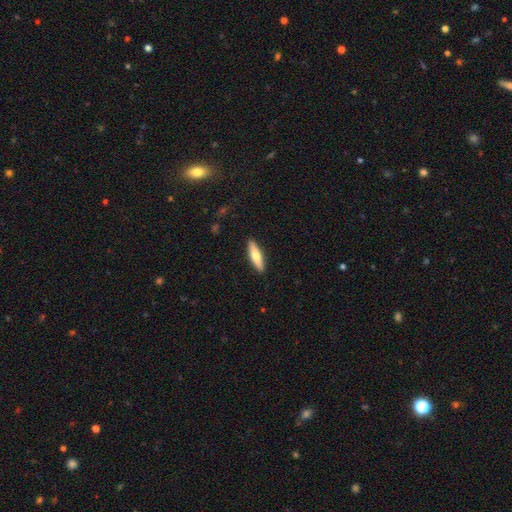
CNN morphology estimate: This is likely a smooth galaxy (61%). How rounded: likely cigar-shaped (72%). Merging: clearly none (91%).